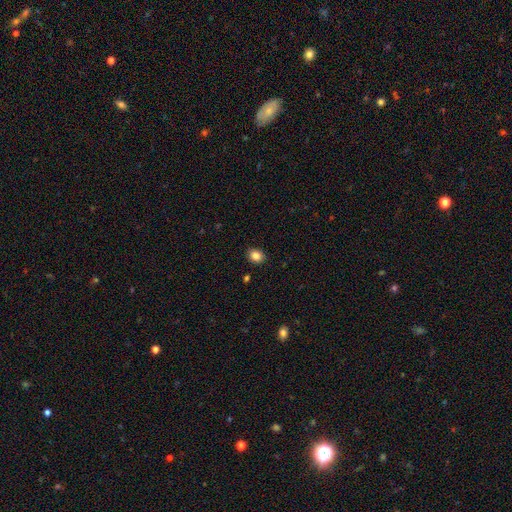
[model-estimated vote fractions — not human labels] A smooth galaxy with no disk features (86%) that is round (52%).

Vote fractions:
- Smooth or featured? smooth: 86% / star or artifact: 10% / featured or disk: 5%
- How rounded? round: 52% / in between: 47% / cigar-shaped: 1%
- Merging? none: 89% / minor disturbance: 7% / major disturbance: 2% / merger: 1%